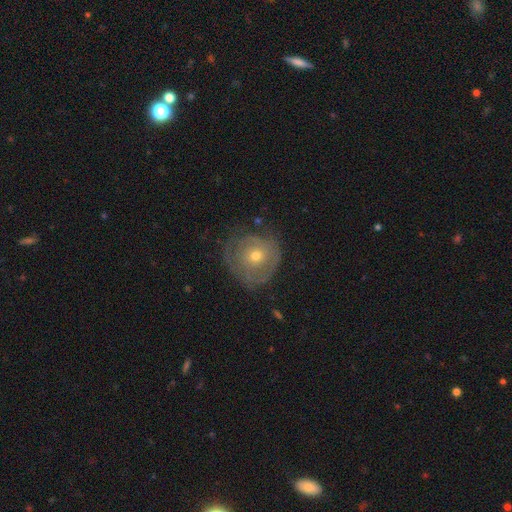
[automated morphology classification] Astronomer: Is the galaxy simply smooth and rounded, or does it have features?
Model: featured or disk — 56% (runner-up: smooth, 34%).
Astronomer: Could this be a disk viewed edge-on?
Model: no — 96%.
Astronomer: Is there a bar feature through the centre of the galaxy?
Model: no — 85%.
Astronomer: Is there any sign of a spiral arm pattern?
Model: yes — 57% (runner-up: no, 43%).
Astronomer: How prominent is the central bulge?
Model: moderate — 49% (runner-up: small, 47%).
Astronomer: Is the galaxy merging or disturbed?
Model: none — 66%.